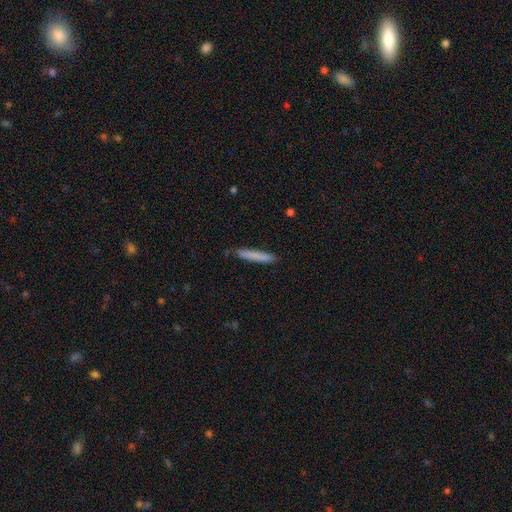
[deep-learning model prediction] smooth 80%, featured or disk 14%, star or artifact 6%. Down the decision tree: how rounded — cigar-shaped (95%); merging — none (86%).